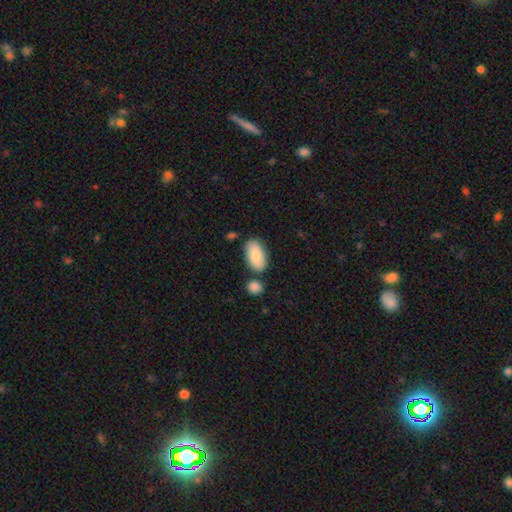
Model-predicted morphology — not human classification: Q: Smooth or featured?
A: smooth (80%); runner-up: featured or disk (14%)
Q: How rounded?
A: in between (94%); runner-up: round (4%)
Q: Merging?
A: none (70%); runner-up: minor disturbance (15%)